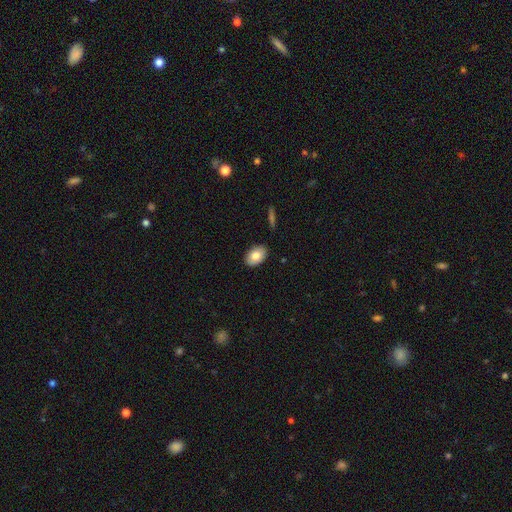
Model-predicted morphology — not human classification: A smooth galaxy with no disk features (79%) that is in between round and cigar-shaped (87%).

Vote fractions:
- Smooth or featured? smooth: 79% / featured or disk: 14% / star or artifact: 7%
- How rounded? in between: 87% / round: 12% / cigar-shaped: 1%
- Merging? none: 88% / minor disturbance: 9% / major disturbance: 2% / merger: 1%